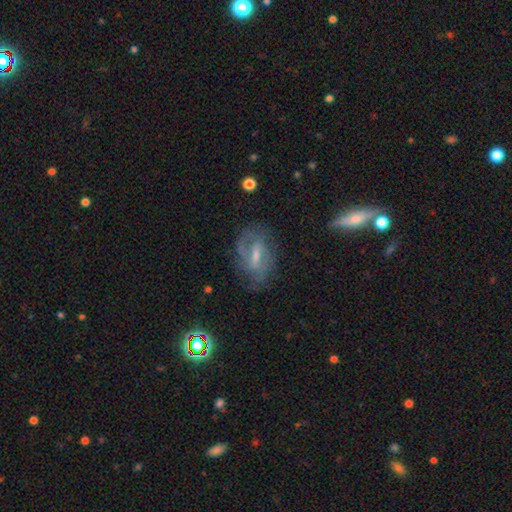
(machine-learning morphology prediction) smooth_or_featured: featured or disk (p=0.74) [alt: smooth p=0.18]
disk_edge_on: no (p=0.94) [alt: yes p=0.06]
bar: weak (p=0.52) [alt: strong p=0.29]
has_spiral_arms: yes (p=0.84) [alt: no p=0.16]
spiral_winding: medium (p=0.44) [alt: tight p=0.36]
spiral_arm_count: 2 (p=0.50) [alt: can't tell p=0.29]
bulge_size: small (p=0.47) [alt: moderate p=0.39]
merging: none (p=0.65) [alt: minor disturbance p=0.21]